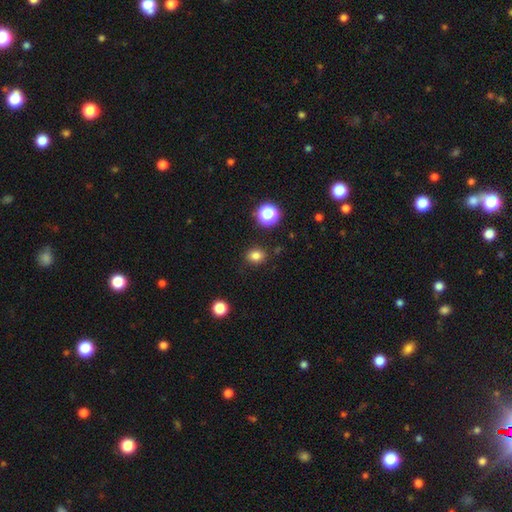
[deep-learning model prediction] Smooth or featured: smooth — 81% (star or artifact — 14%)
How rounded: round — 54% (in between — 45%)
Merging: none — 86% (minor disturbance — 9%)